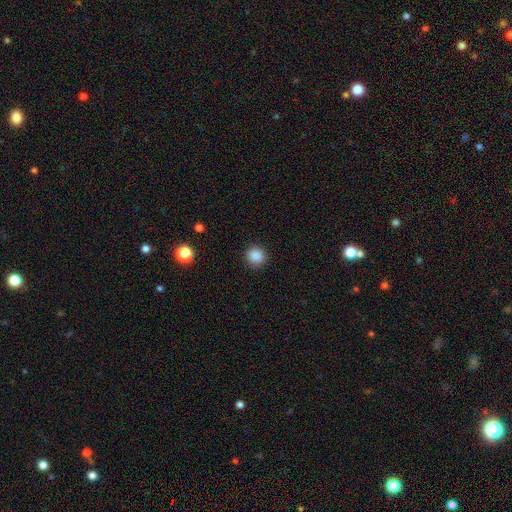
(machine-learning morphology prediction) A smooth galaxy with no disk features (87%) that is round (92%).

Vote fractions:
- Smooth or featured? smooth: 87% / star or artifact: 10% / featured or disk: 3%
- How rounded? round: 92% / in between: 7% / cigar-shaped: 1%
- Merging? none: 90% / minor disturbance: 7% / major disturbance: 2% / merger: 1%